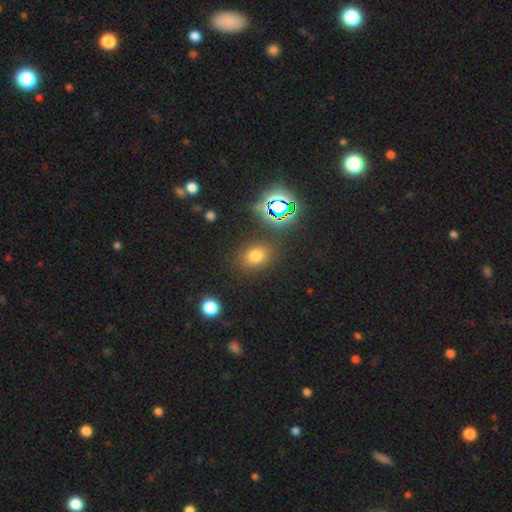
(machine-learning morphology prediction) smooth-or-featured: smooth: 68% | star or artifact: 24% | featured or disk: 8%
  how-rounded: in between: 58% | round: 40% | cigar-shaped: 2%
  merging: none: 83% | minor disturbance: 10% | major disturbance: 4% | merger: 3%